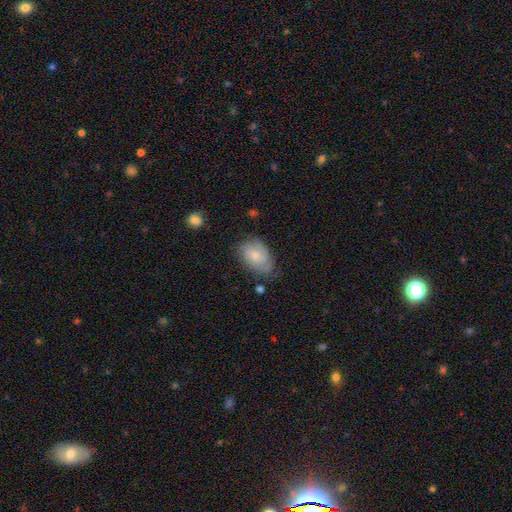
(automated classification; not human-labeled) This appears to be a featured or disk galaxy (47%). Merging: none (61%).